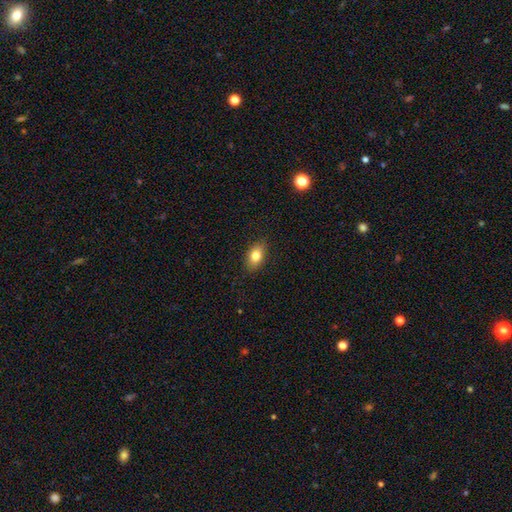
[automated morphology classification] Overall: smooth (81%). How rounded: in between (83%). Merging: none (86%).